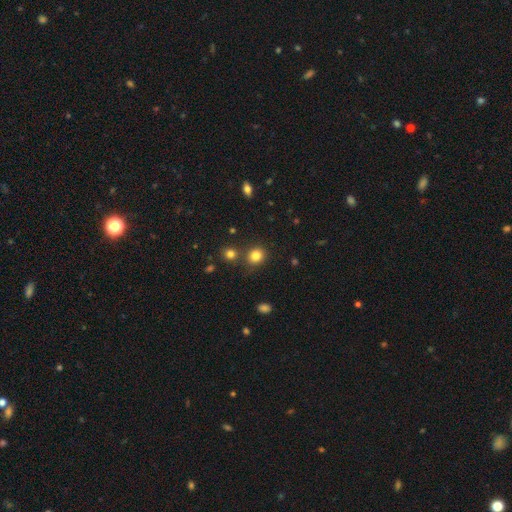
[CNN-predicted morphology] The model was most divided on "how rounded": round: 83%, in between: 16%, cigar-shaped: 1%. More confident: smooth or featured — smooth (82%); merging — none (78%).